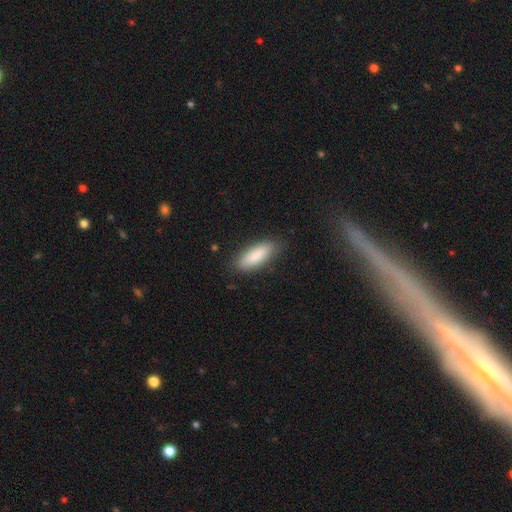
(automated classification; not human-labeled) Morphology: type=smooth (87%); roundness=in between (64%); merging=none (83%).